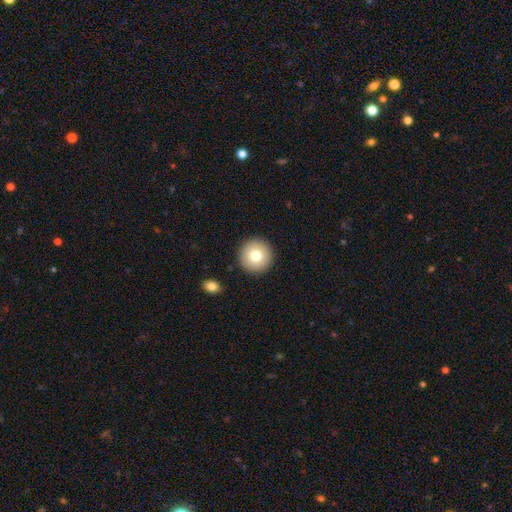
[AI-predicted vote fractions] Smooth or featured: smooth — 77% (featured or disk — 14%)
How rounded: round — 96% (in between — 3%)
Merging: none — 91% (minor disturbance — 5%)